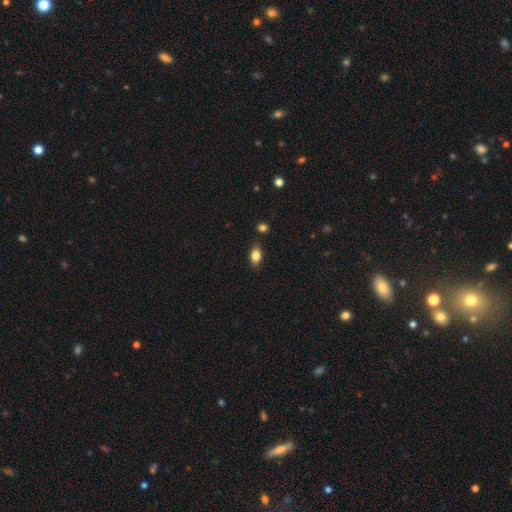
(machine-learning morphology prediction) Q: Smooth or featured?
A: smooth (82%); runner-up: featured or disk (9%)
Q: How rounded?
A: in between (85%); runner-up: round (11%)
Q: Merging?
A: none (81%); runner-up: minor disturbance (13%)